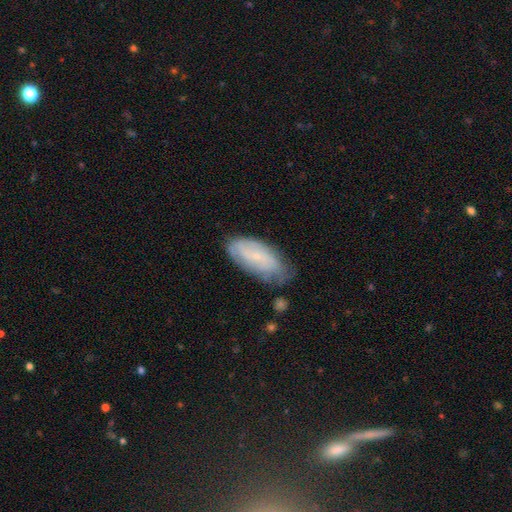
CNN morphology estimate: Q: Smooth or featured?
A: smooth (48%); runner-up: featured or disk (43%)
Q: Merging?
A: none (59%); runner-up: minor disturbance (29%)